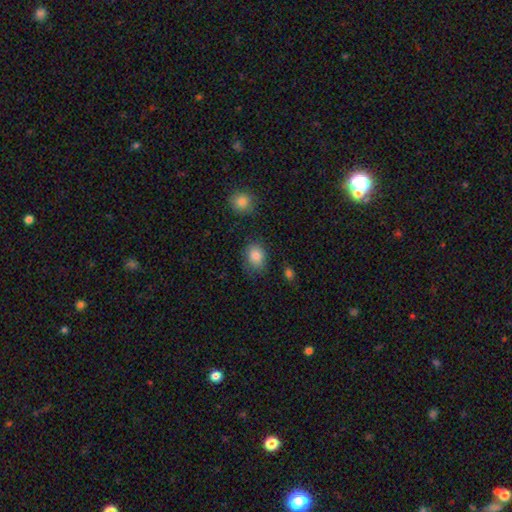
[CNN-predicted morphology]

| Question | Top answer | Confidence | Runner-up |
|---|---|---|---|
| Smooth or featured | smooth | 84% | star or artifact (9%) |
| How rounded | in between | 56% | round (44%) |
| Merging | none | 72% | minor disturbance (19%) |